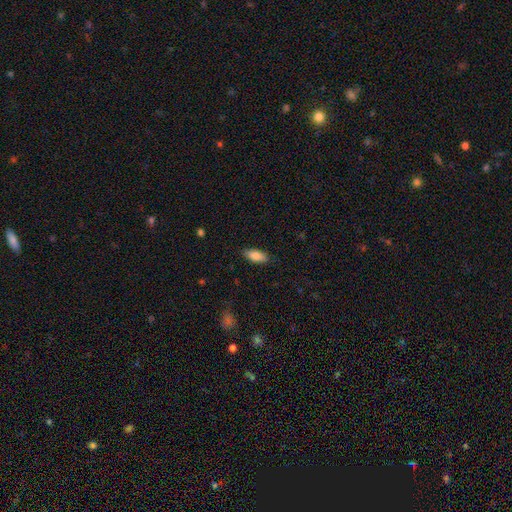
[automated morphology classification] Overall: smooth (85%). How rounded: in between (83%). Merging: none (87%).